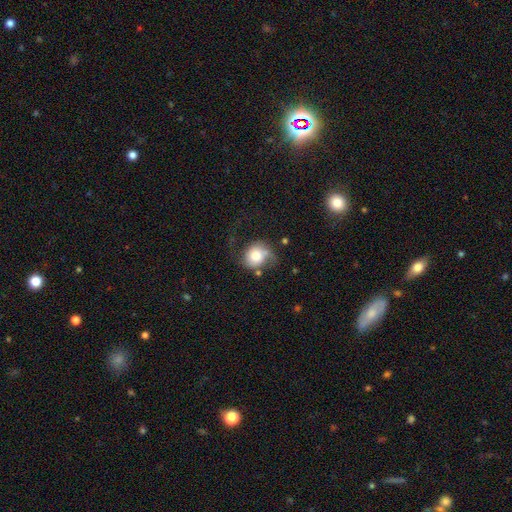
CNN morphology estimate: smooth 54%, featured or disk 38%, star or artifact 9%. Down the decision tree: how rounded — round (69%); merging — none (44%).